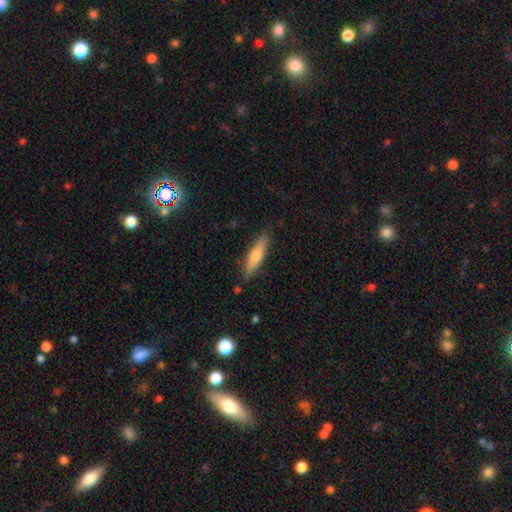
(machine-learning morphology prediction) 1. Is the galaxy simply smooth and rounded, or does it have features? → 75% smooth, 20% featured or disk, 5% star or artifact.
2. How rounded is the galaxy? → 76% cigar-shaped, 23% in between, 2% round.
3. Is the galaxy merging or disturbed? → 84% none, 12% minor disturbance, 2% major disturbance, 2% merger.